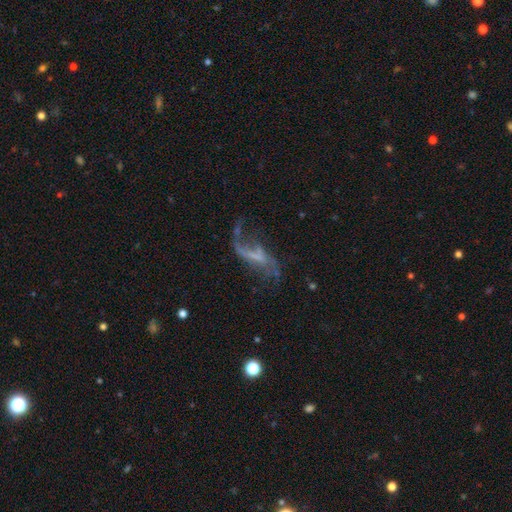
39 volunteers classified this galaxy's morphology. type=featured or disk (90%); edge-on=no (94%); bar=weak (39%); spiral arms=yes (91%); winding=loose (97%); arm count=2 (77%); bulge=none (79%); merging=major disturbance (42%).